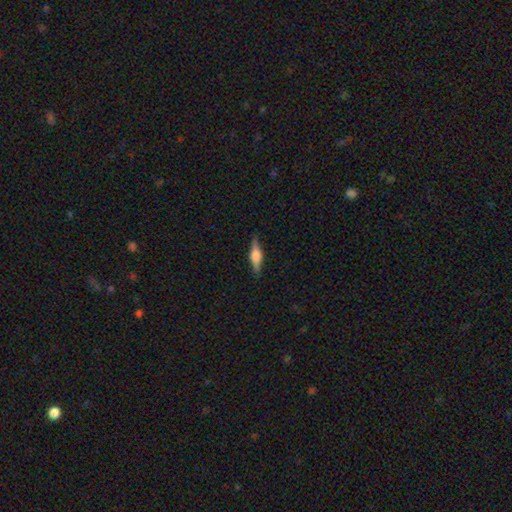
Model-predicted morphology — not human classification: featured or disk 66%, smooth 27%, star or artifact 7%. Down the decision tree: edge-on disk — yes (97%); edge-on bulge — rounded (83%); merging — none (88%).